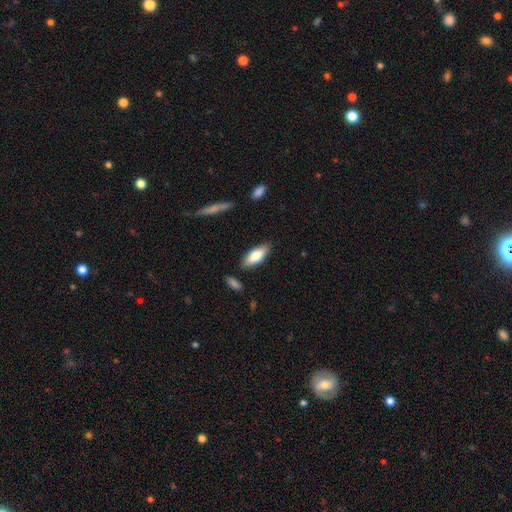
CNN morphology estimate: smooth 80%, featured or disk 14%, star or artifact 6%. Down the decision tree: how rounded — in between (76%); merging — none (84%).